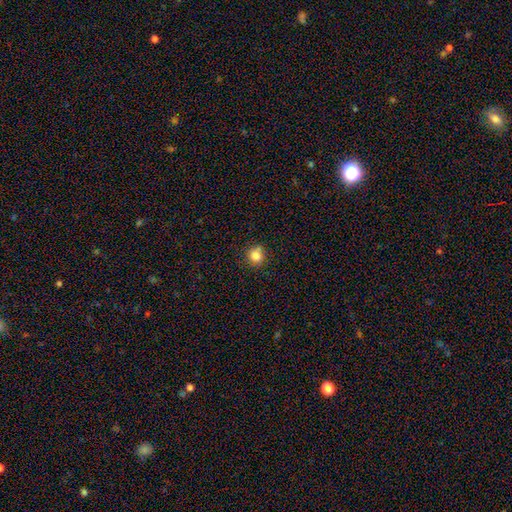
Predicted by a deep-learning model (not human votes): Smooth or featured: smooth — 82% (star or artifact — 12%)
How rounded: round — 86% (in between — 13%)
Merging: none — 73% (minor disturbance — 15%)